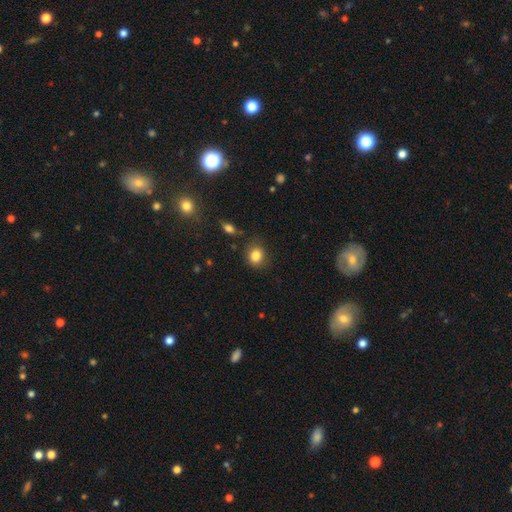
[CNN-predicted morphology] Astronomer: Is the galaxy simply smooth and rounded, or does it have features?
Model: smooth — 84%.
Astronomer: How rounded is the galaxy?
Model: round — 62%.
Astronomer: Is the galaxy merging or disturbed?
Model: none — 80%.